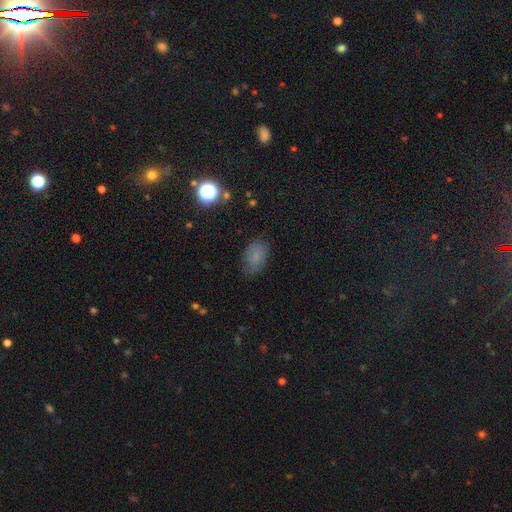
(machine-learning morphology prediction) Q: Smooth or featured?
A: smooth (73%); runner-up: star or artifact (15%)
Q: How rounded?
A: in between (87%); runner-up: round (11%)
Q: Merging?
A: none (73%); runner-up: minor disturbance (20%)